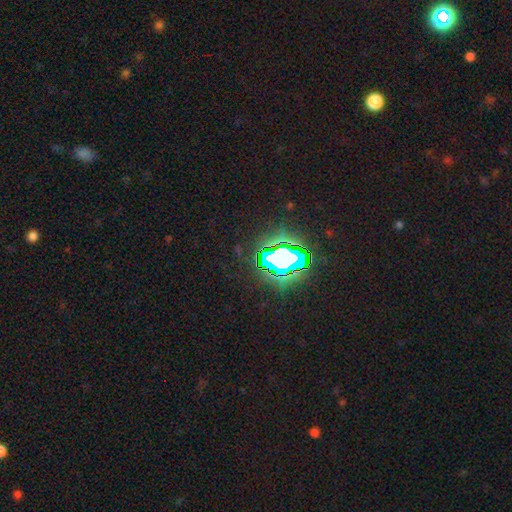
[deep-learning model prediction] Smooth or featured? star or artifact (79%)